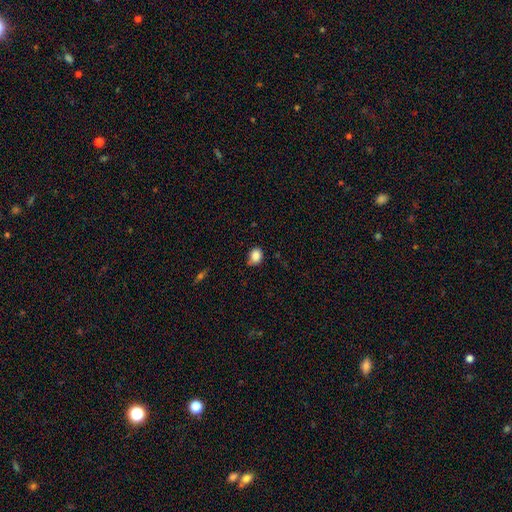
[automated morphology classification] Smooth or featured? Predicted: smooth (p=0.86). How rounded? Predicted: in between (p=0.52). Merging? Predicted: none (p=0.67).